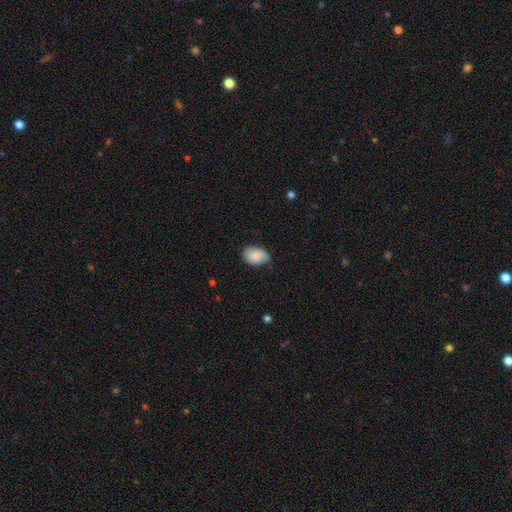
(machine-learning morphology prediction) A smooth galaxy with no disk features (79%) that is in between round and cigar-shaped (82%).

Vote fractions:
- Smooth or featured? smooth: 79% / featured or disk: 14% / star or artifact: 7%
- How rounded? in between: 82% / round: 17% / cigar-shaped: 1%
- Merging? none: 65% / minor disturbance: 29% / major disturbance: 5% / merger: 1%